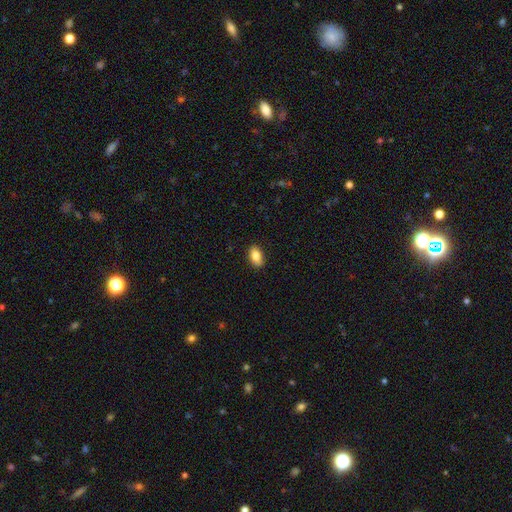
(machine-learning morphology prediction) A smooth galaxy with no disk features (85%) that is in between round and cigar-shaped (90%). Merging: none (87%).